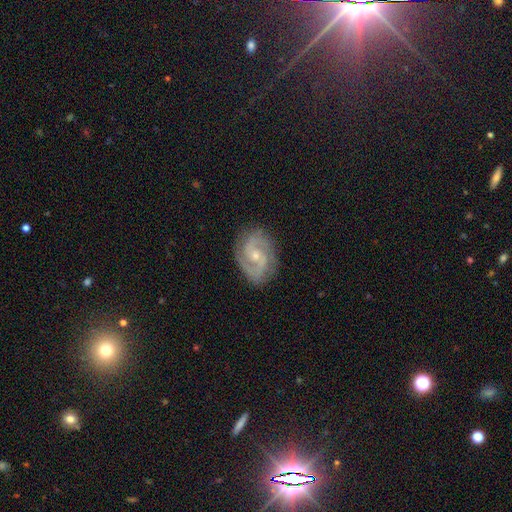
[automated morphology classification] The model was most divided on "bar": no: 51%, weak: 40%, strong: 8%. More confident: edge-on disk — no (98%); spiral arms — yes (97%); smooth or featured — featured or disk (89%); spiral arm count — 2 (85%); merging — none (82%); bulge size — small (55%); spiral winding — medium (52%).